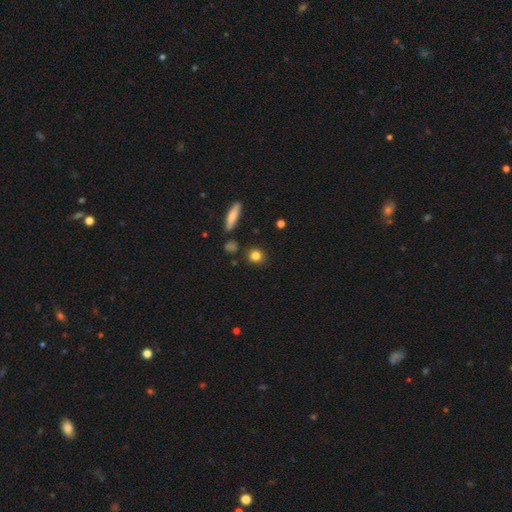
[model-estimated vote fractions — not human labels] The model was most divided on "how rounded": round: 78%, in between: 19%, cigar-shaped: 4%. More confident: merging — none (85%); smooth or featured — smooth (82%).